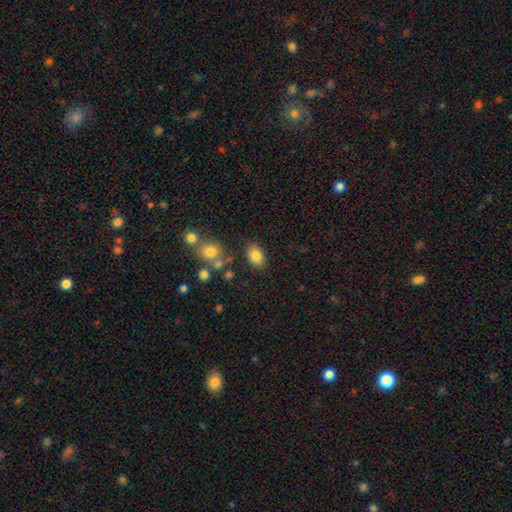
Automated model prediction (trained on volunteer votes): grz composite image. It shows a smooth galaxy with no disk features (82%) that is in between round and cigar-shaped (81%). Merging: none (79%).